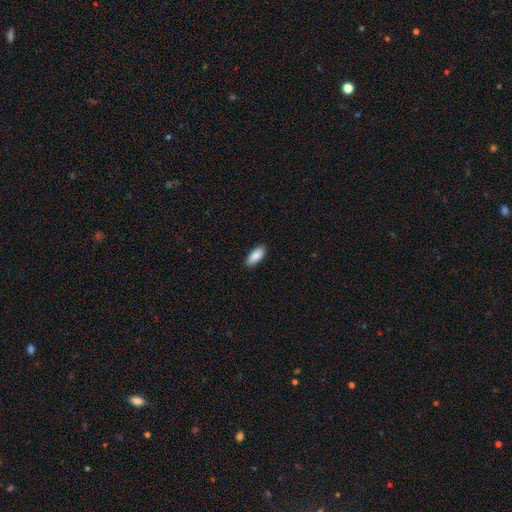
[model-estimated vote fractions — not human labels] Smooth or featured? smooth (89%)
How rounded? in between (83%)
Merging? none (89%)